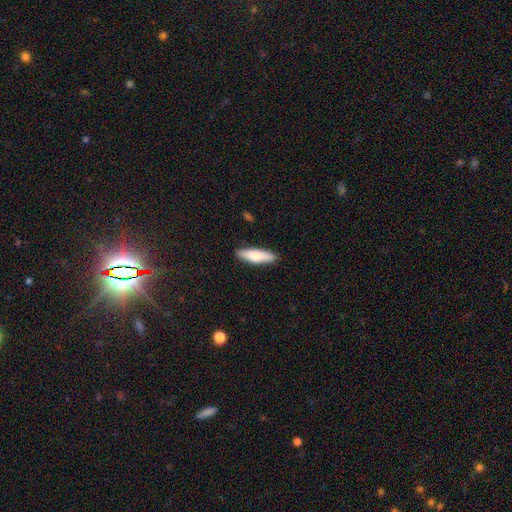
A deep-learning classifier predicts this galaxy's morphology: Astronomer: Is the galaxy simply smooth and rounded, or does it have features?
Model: smooth — 73%.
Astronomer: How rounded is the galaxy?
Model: cigar-shaped — 61% (runner-up: in between, 37%).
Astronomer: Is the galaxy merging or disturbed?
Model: none — 89%.